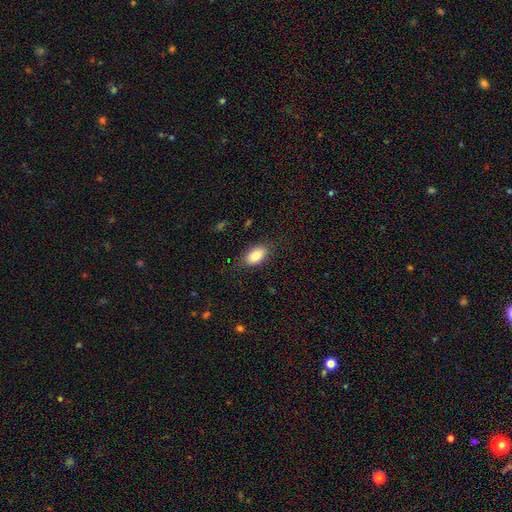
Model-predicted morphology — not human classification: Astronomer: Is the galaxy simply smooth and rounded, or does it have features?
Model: smooth — 83%.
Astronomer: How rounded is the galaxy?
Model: in between — 91%.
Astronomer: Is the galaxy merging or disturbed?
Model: none — 82%.